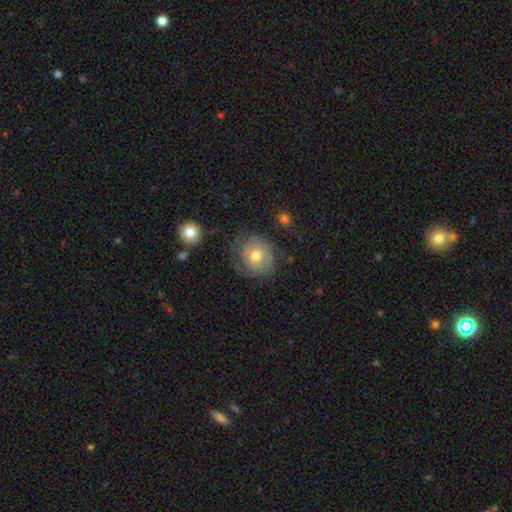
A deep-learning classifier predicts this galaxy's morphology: Q: Smooth or featured?
A: featured or disk (49%); runner-up: smooth (43%)
Q: Merging?
A: none (58%); runner-up: minor disturbance (23%)